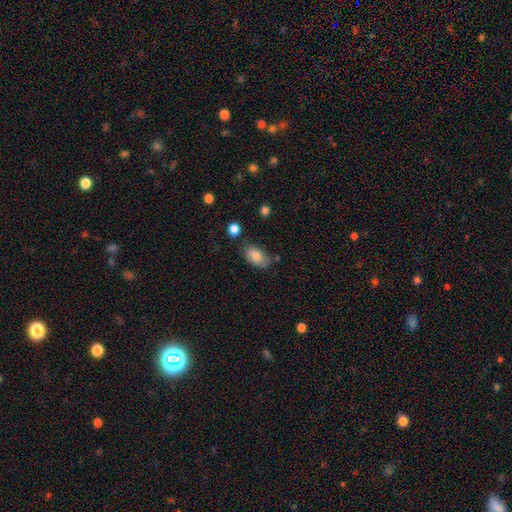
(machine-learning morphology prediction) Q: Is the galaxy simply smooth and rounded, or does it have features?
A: smooth — 84%.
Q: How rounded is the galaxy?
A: in between — 92%.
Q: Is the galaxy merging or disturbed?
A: none — 70%.